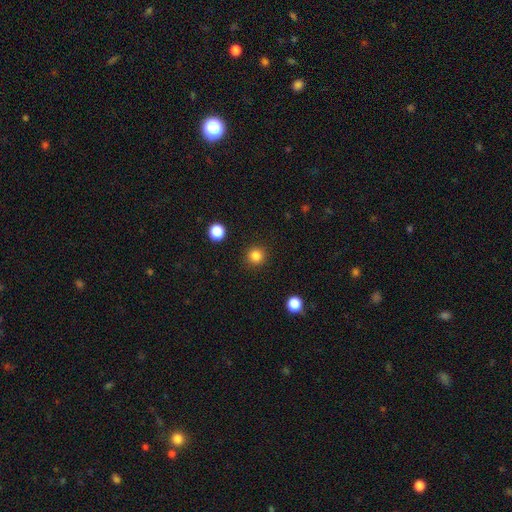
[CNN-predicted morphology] smooth-or-featured: smooth: 83% | star or artifact: 13% | featured or disk: 4%
  how-rounded: round: 95% | in between: 4% | cigar-shaped: 1%
  merging: none: 91% | minor disturbance: 5% | major disturbance: 2% | merger: 1%